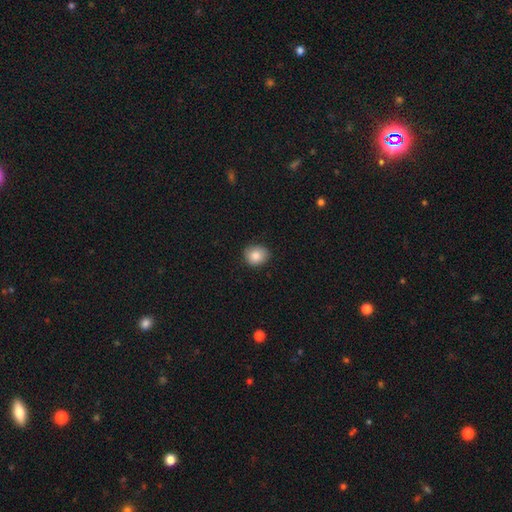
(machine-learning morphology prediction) Smooth or featured? smooth (86%)
How rounded? round (73%)
Merging? none (80%)